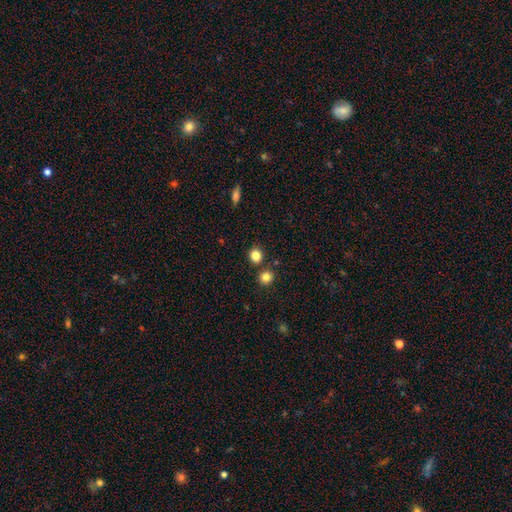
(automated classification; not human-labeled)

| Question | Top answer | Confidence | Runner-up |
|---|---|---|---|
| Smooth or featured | smooth | 83% | star or artifact (12%) |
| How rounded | round | 81% | in between (18%) |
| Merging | none | 81% | merger (10%) |